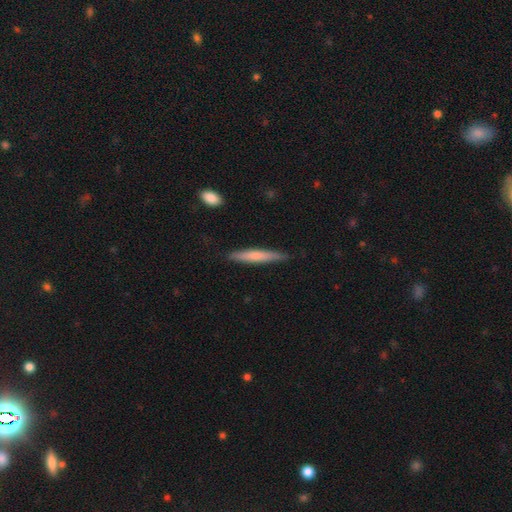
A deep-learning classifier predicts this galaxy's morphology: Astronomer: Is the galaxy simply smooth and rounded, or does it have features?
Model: smooth — 65%.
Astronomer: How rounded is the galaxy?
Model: cigar-shaped — 94%.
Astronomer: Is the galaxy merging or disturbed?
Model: none — 87%.